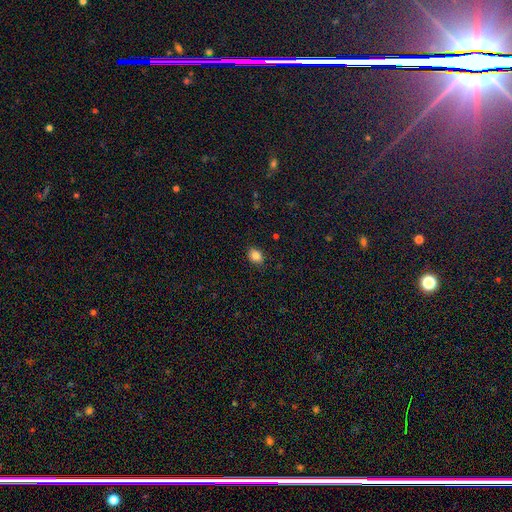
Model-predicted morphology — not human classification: smooth_or_featured: smooth (p=0.84) [alt: star or artifact p=0.10]
how_rounded: in between (p=0.70) [alt: round p=0.29]
merging: none (p=0.86) [alt: minor disturbance p=0.11]